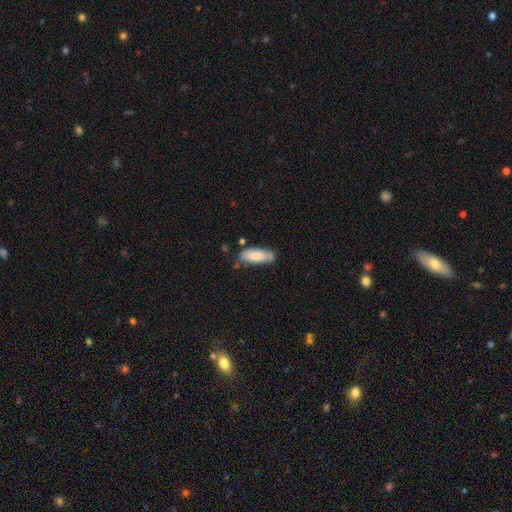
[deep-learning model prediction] Morphology: type=smooth (83%); roundness=in between (68%); merging=none (61%).